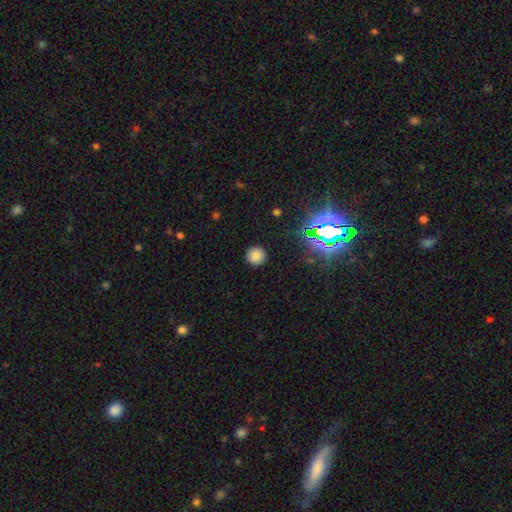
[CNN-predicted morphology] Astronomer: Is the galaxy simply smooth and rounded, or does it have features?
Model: smooth — 78%.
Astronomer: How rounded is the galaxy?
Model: round — 95%.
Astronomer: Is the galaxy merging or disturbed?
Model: none — 91%.